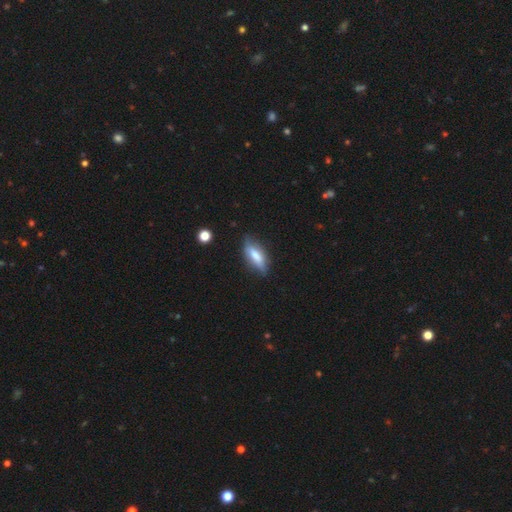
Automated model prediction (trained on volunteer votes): Overall: smooth (62%; featured or disk 31%). How rounded: in between (56%; cigar-shaped 42%). Merging: none (74%).